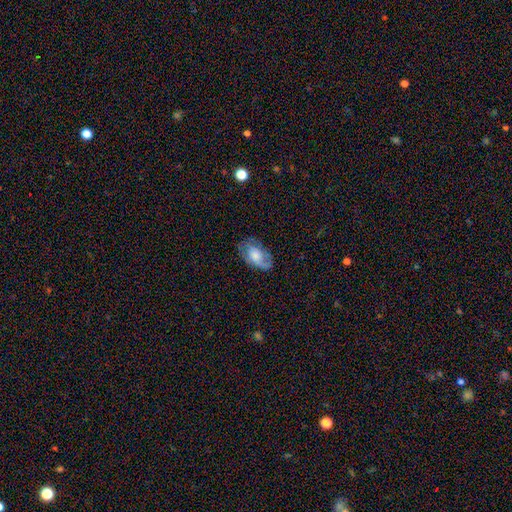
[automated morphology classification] The model was most divided on "smooth or featured": featured or disk: 49%, smooth: 44%, star or artifact: 7%. More confident: merging — none (63%).